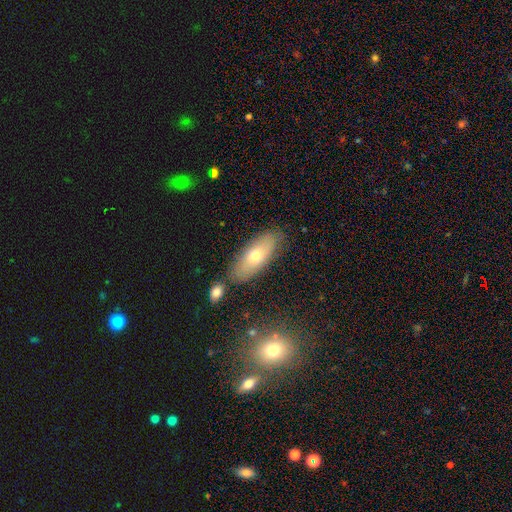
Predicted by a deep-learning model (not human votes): Smooth or featured? Predicted: smooth (p=0.63). How rounded? Predicted: in between (p=0.72). Merging? Predicted: none (p=0.81).